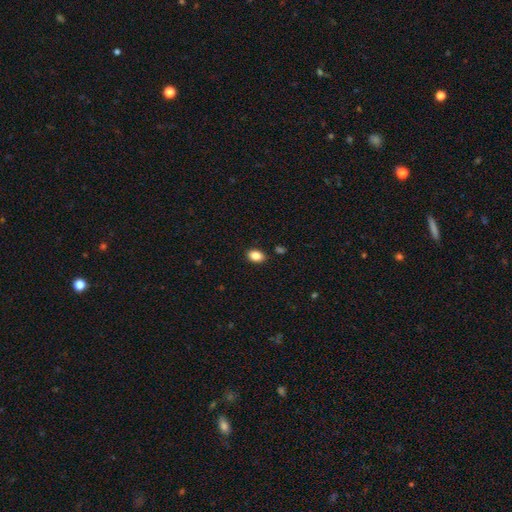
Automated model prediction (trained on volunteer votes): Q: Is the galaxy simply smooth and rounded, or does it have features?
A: smooth — 86%.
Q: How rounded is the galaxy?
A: in between — 79%.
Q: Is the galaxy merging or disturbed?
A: none — 88%.